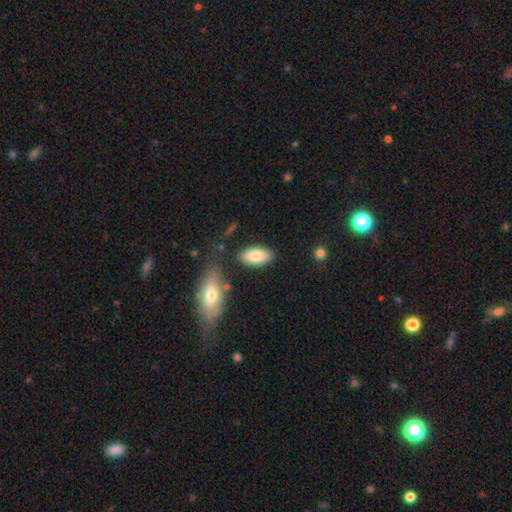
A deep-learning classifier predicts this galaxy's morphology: Smooth or featured? Predicted: smooth (p=0.81). How rounded? Predicted: in between (p=0.91). Merging? Predicted: none (p=0.79).